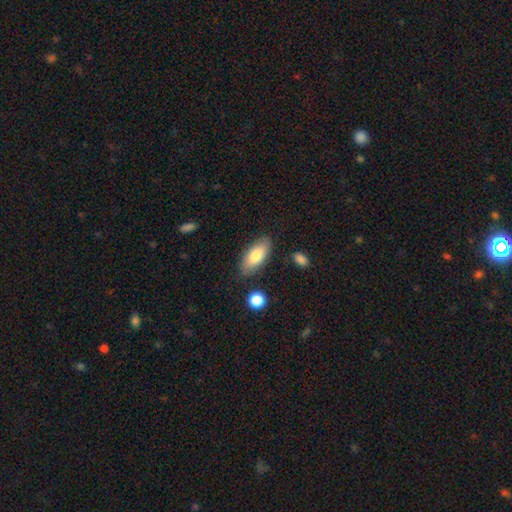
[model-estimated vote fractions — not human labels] smooth 80%, featured or disk 14%, star or artifact 6%. Down the decision tree: how rounded — in between (86%); merging — none (82%).